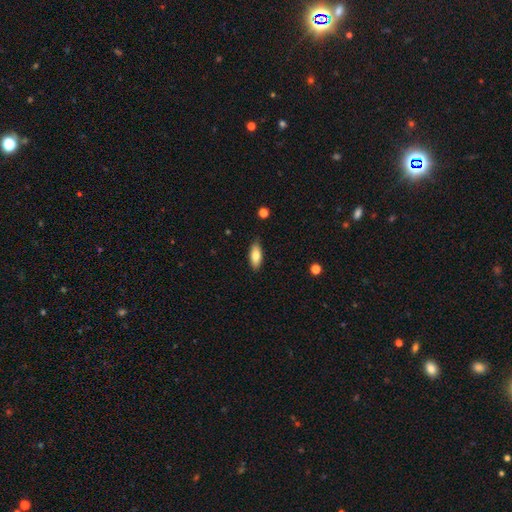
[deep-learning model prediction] A smooth galaxy with no disk features (80%) that is in between round and cigar-shaped (80%). Merging: none (84%).